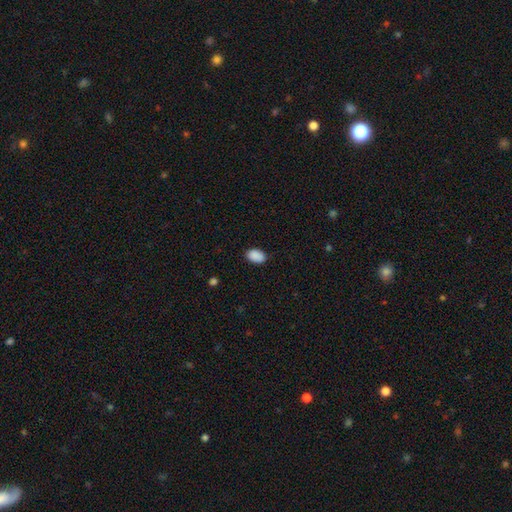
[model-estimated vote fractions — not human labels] Smooth or featured? smooth (89%)
How rounded? in between (90%)
Merging? none (83%)